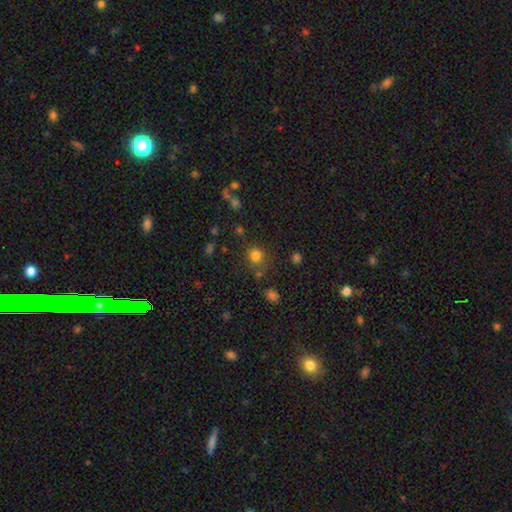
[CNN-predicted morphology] Overall: smooth (78%). How rounded: round (86%). Merging: none (69%).